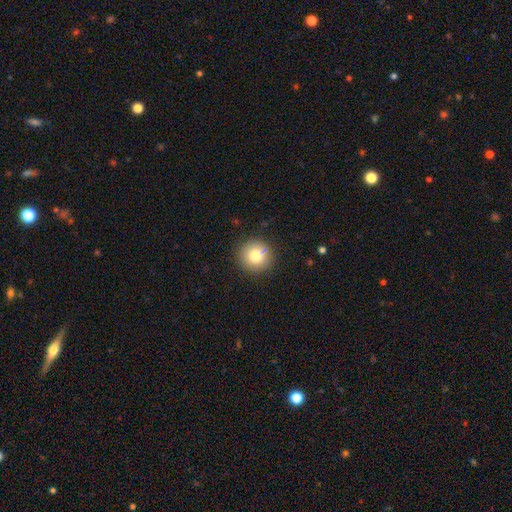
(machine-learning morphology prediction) smooth-or-featured: smooth: 80% | star or artifact: 10% | featured or disk: 10%
  how-rounded: round: 93% | in between: 6% | cigar-shaped: 1%
  merging: none: 88% | minor disturbance: 8% | major disturbance: 2% | merger: 2%